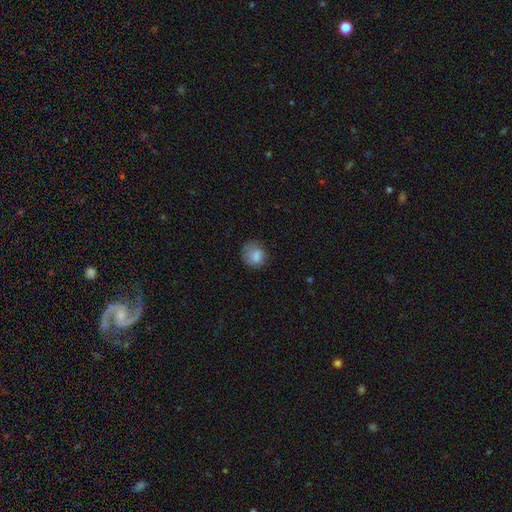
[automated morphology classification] smooth-or-featured: smooth: 82% | featured or disk: 9% | star or artifact: 9%
  how-rounded: round: 72% | in between: 27% | cigar-shaped: 1%
  merging: none: 61% | minor disturbance: 26% | major disturbance: 12% | merger: 2%